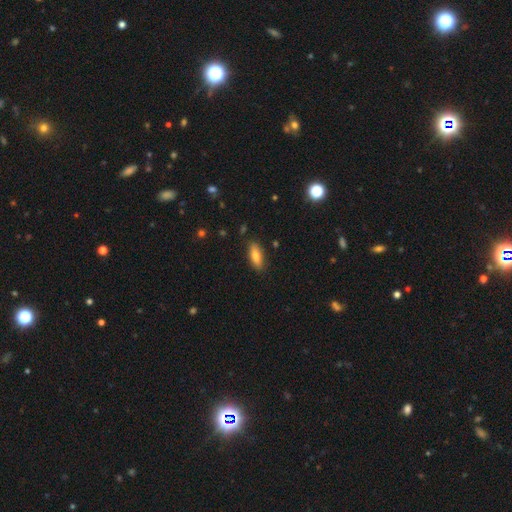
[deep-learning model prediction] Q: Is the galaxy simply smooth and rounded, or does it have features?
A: smooth — 80%.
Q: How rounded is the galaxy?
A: in between — 69%.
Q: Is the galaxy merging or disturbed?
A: none — 87%.